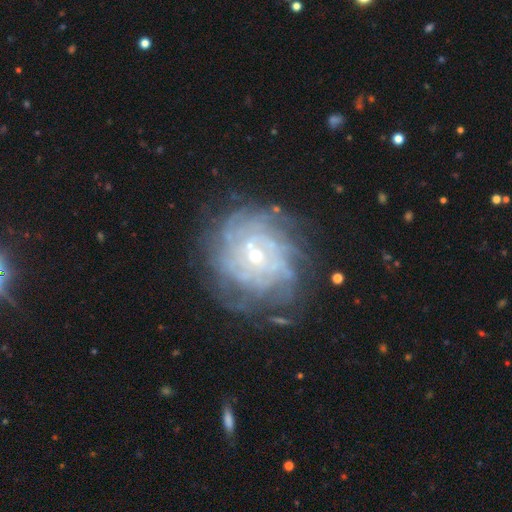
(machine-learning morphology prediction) type=featured or disk (84%); edge-on=no (97%); bar=no (71%); spiral arms=yes (92%); winding=tight (76%); arm count=can't tell (38%); bulge=small (67%); merging=none (72%).